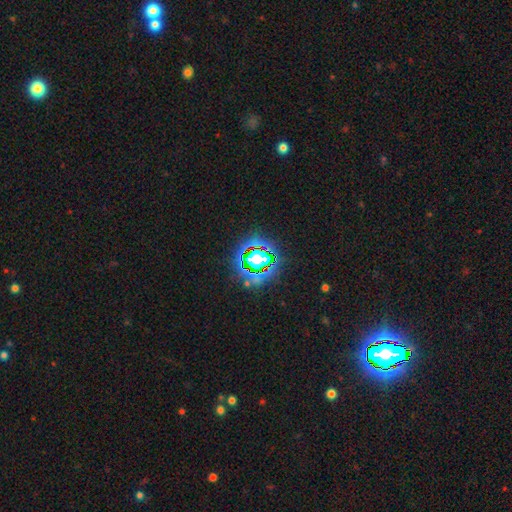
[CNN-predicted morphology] Overall: star or artifact (75%).